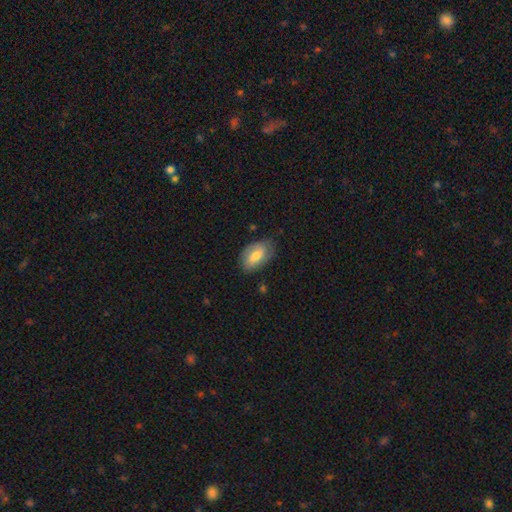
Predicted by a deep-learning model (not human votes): The model was most divided on "smooth or featured": smooth: 66%, featured or disk: 28%, star or artifact: 6%. More confident: how rounded — in between (92%); merging — none (74%).